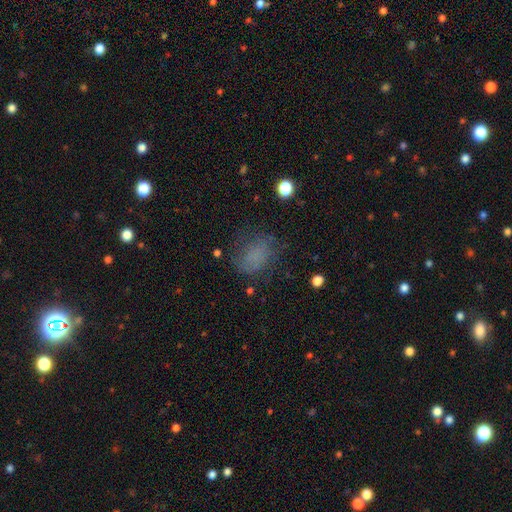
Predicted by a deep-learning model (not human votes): Smooth or featured?
  - smooth: 62% *
  - featured or disk: 20%
  - star or artifact: 18%
How rounded?
  - in between: 66% *
  - round: 32%
  - cigar-shaped: 2%
Merging?
  - none: 58% *
  - minor disturbance: 23%
  - major disturbance: 17%
  - merger: 2%